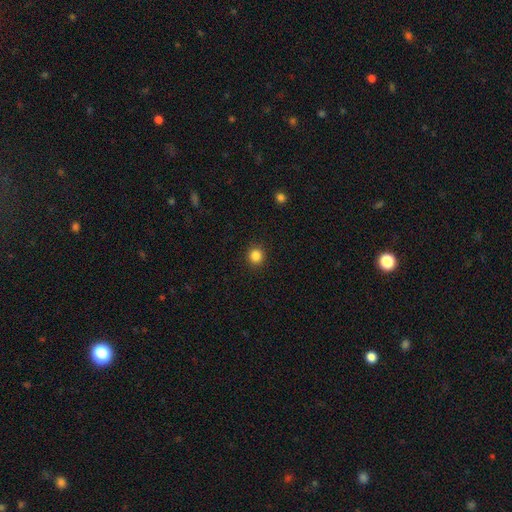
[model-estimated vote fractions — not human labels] This appears to be a smooth galaxy with no disk features (85%) that is round (91%). Merging: none (92%).